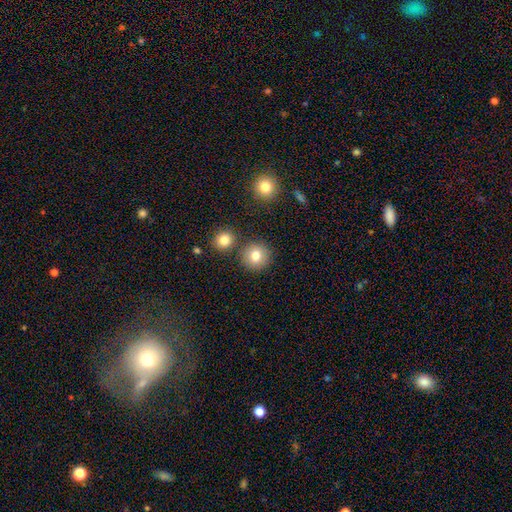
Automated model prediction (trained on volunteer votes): smooth 80%, star or artifact 10%, featured or disk 10%. Down the decision tree: how rounded — round (93%); merging — none (83%).